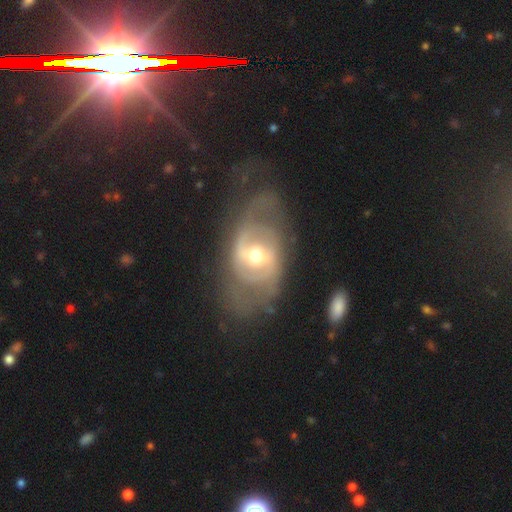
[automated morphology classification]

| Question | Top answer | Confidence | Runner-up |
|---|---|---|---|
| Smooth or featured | featured or disk | 84% | smooth (11%) |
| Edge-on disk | no | 95% | yes (5%) |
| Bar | weak | 47% | strong (28%) |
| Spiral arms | yes | 85% | no (15%) |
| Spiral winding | medium | 42% | tight (35%) |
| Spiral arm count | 2 | 70% | can't tell (17%) |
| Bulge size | moderate | 63% | small (30%) |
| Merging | none | 59% | minor disturbance (20%) |